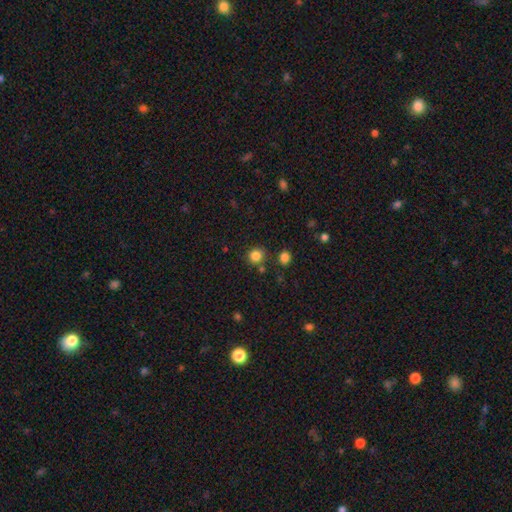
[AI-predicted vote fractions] smooth-or-featured: smooth: 84% | star or artifact: 12% | featured or disk: 4%
  how-rounded: round: 90% | in between: 10% | cigar-shaped: 1%
  merging: none: 81% | minor disturbance: 8% | merger: 8% | major disturbance: 3%